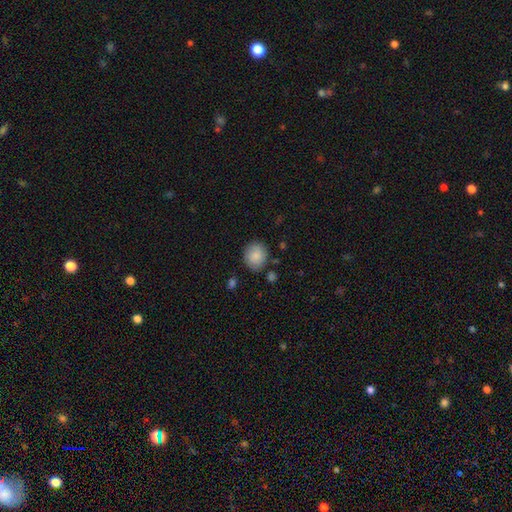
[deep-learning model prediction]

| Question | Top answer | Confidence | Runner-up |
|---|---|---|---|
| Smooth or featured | smooth | 86% | star or artifact (7%) |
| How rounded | round | 76% | in between (23%) |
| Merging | none | 83% | minor disturbance (12%) |